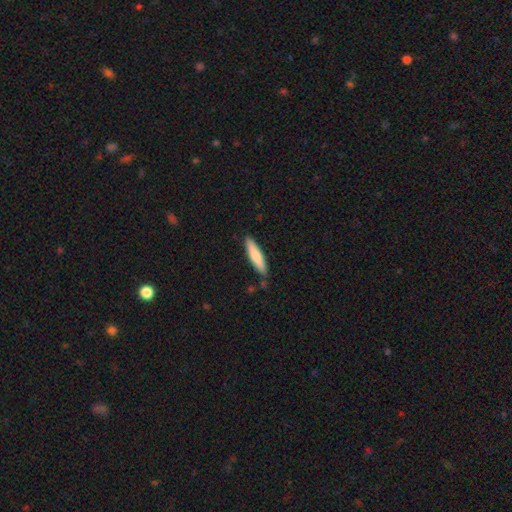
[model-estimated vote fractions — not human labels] smooth 76%, featured or disk 19%, star or artifact 5%. Down the decision tree: how rounded — cigar-shaped (81%); merging — none (85%).